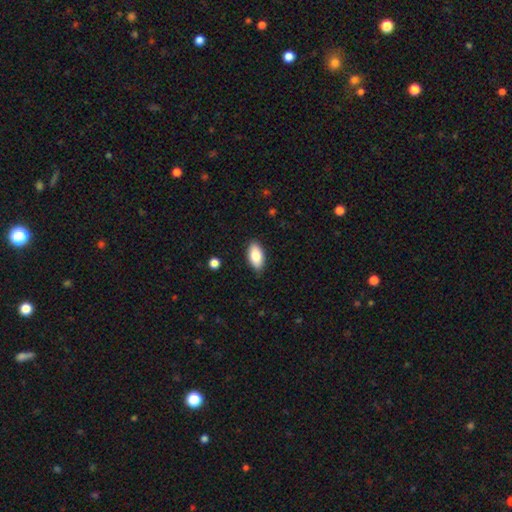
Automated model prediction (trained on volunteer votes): The model was most divided on "smooth or featured": smooth: 84%, featured or disk: 10%, star or artifact: 6%. More confident: how rounded — in between (92%); merging — none (86%).